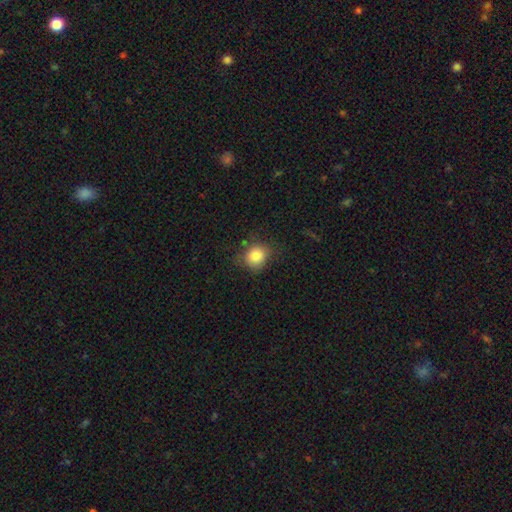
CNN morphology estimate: This appears to be a smooth galaxy with no disk features (83%) that is round (78%). Merging: none (71%).